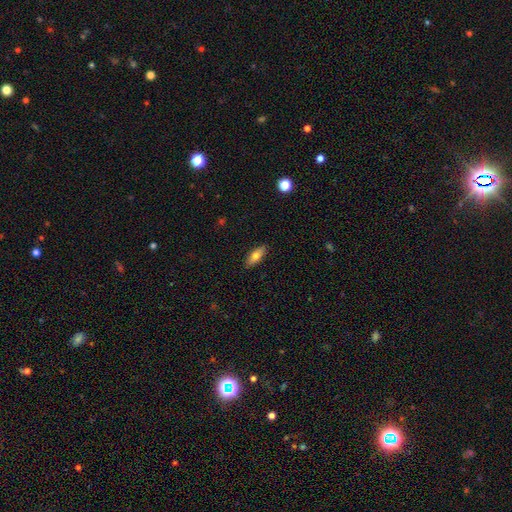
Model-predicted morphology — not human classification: type=smooth (72%); roundness=in between (67%); merging=none (89%).